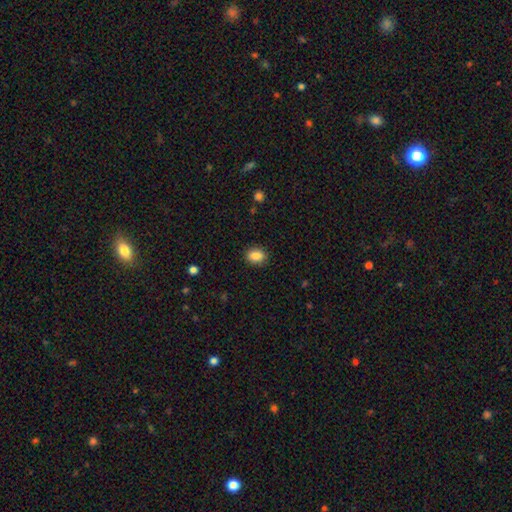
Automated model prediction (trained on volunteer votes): A smooth galaxy with no disk features (87%) that is in between round and cigar-shaped (65%). Merging: none (88%).